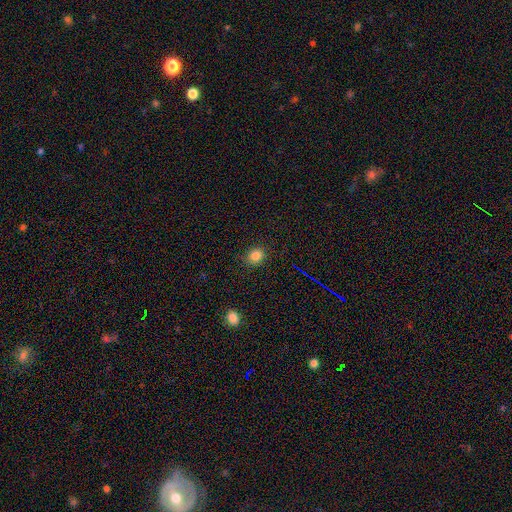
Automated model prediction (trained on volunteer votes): A smooth galaxy with no disk features (82%) that is round (68%). Merging: none (86%).